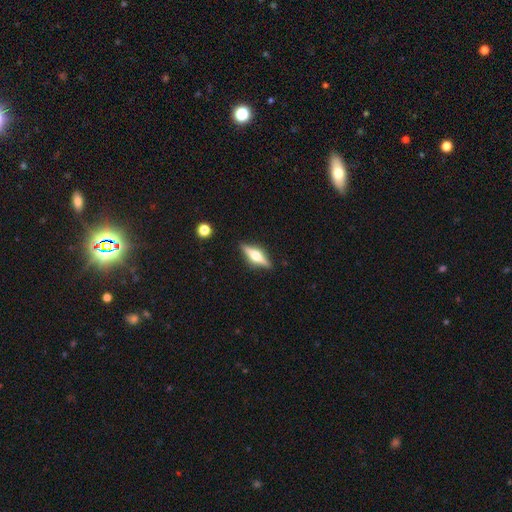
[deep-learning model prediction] This appears to be a featured or disk galaxy (71%) viewed edge-on (97%) with a rounded central bulge (94%). Merging: none (88%).